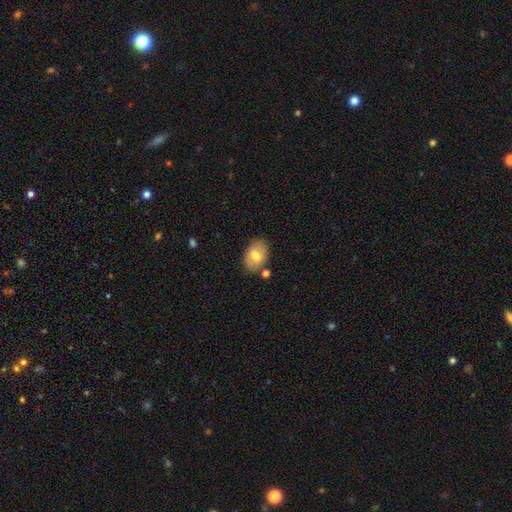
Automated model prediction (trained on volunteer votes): Overall: smooth (69%). How rounded: in between (83%). Merging: none (77%).